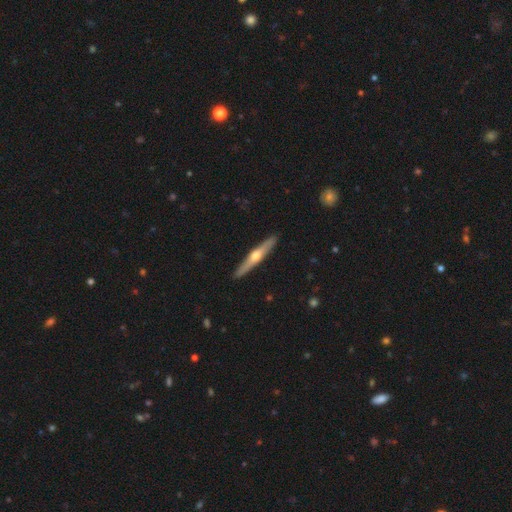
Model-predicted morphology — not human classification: smooth-or-featured: featured or disk: 66% | smooth: 29% | star or artifact: 5%
  disk-edge-on: yes: 96% | no: 4%
    edge-on-bulge: rounded: 91% | none: 7% | boxy: 2%
  merging: none: 92% | minor disturbance: 6% | major disturbance: 1% | merger: 1%